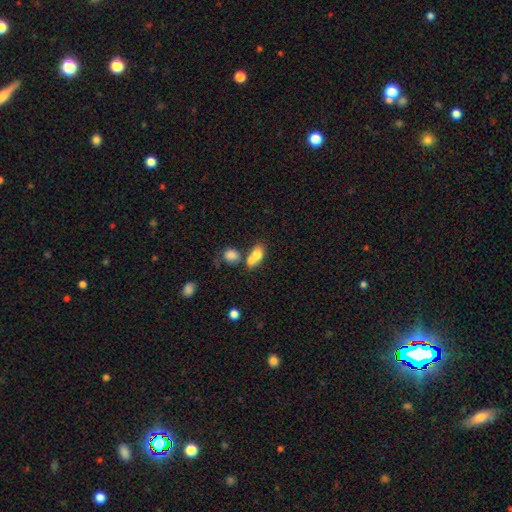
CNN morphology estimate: Smooth or featured?
  - smooth: 74% *
  - featured or disk: 16%
  - star or artifact: 10%
How rounded?
  - in between: 72% *
  - round: 24%
  - cigar-shaped: 4%
Merging?
  - merger: 61% *
  - none: 25%
  - minor disturbance: 9%
  - major disturbance: 5%